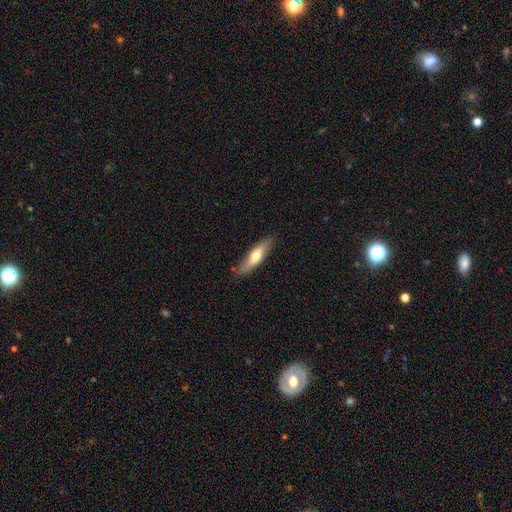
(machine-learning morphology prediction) Smooth or featured?
  - smooth: 55% *
  - featured or disk: 39%
  - star or artifact: 5%
How rounded?
  - cigar-shaped: 68% *
  - in between: 30%
  - round: 2%
Merging?
  - none: 82% *
  - minor disturbance: 14%
  - major disturbance: 2%
  - merger: 2%